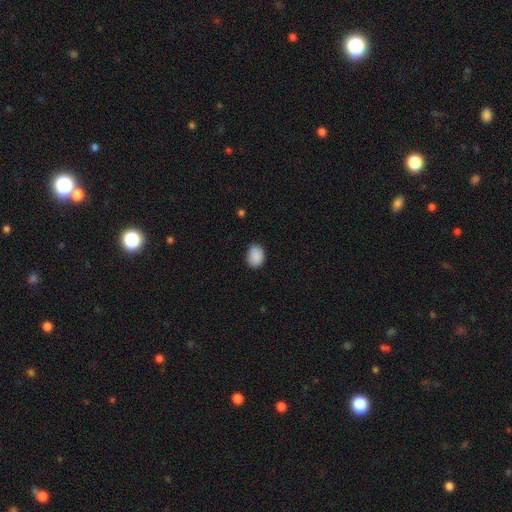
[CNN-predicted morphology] smooth 89%, star or artifact 8%, featured or disk 3%. Down the decision tree: how rounded — in between (72%); merging — none (79%).